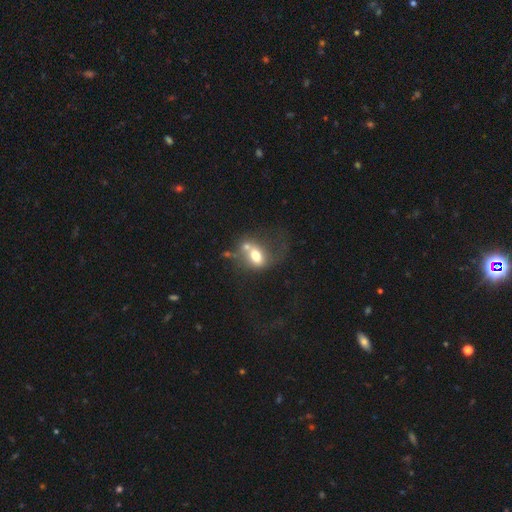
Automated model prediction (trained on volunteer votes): smooth-or-featured: smooth: 59% | featured or disk: 31% | star or artifact: 10%
  how-rounded: in between: 68% | round: 29% | cigar-shaped: 3%
  merging: merger: 41% | none: 22% | major disturbance: 21% | minor disturbance: 15%